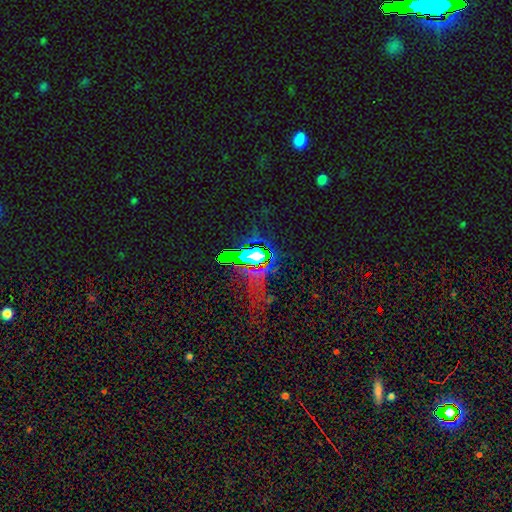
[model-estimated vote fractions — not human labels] Overall: star or artifact (72%).